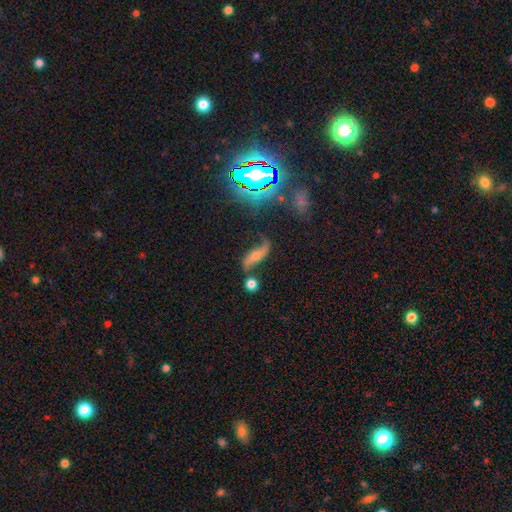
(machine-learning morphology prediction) Smooth or featured?
  - featured or disk: 69% *
  - star or artifact: 16%
  - smooth: 15%
Edge-on disk?
  - no: 85% *
  - yes: 15%
Bar?
  - no: 53% *
  - weak: 26%
  - strong: 21%
Spiral arms?
  - yes: 91% *
  - no: 9%
Spiral winding?
  - loose: 85% *
  - medium: 11%
  - tight: 4%
Spiral arm count?
  - 2: 89% *
  - 1: 4%
  - can't tell: 3%
  - 3: 1%
  - 4: 1%
  - more than 4: 1%
Bulge size?
  - moderate: 45% *
  - small: 41%
  - none: 7%
  - large: 5%
  - dominant: 2%
Merging?
  - none: 64% *
  - minor disturbance: 18%
  - major disturbance: 10%
  - merger: 8%